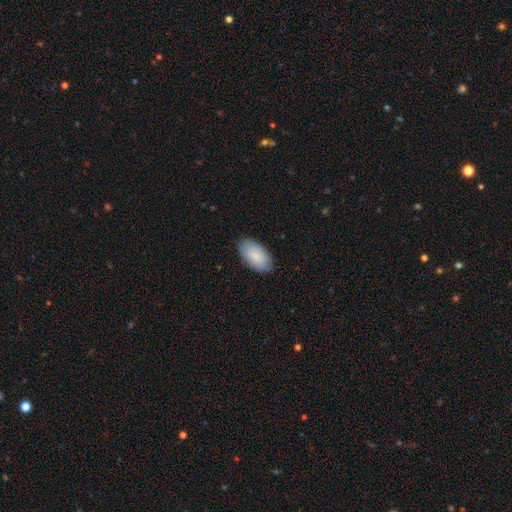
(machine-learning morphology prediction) smooth-or-featured: smooth: 84% | featured or disk: 10% | star or artifact: 6%
  how-rounded: in between: 96% | round: 3% | cigar-shaped: 2%
  merging: none: 85% | minor disturbance: 12% | major disturbance: 2% | merger: 1%